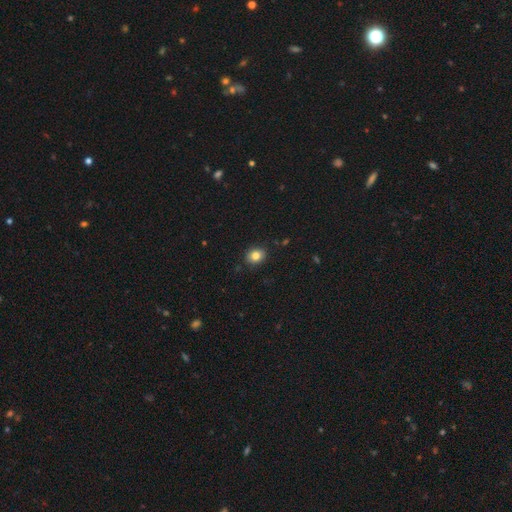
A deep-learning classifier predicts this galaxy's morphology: Smooth or featured?
  - smooth: 82% *
  - star or artifact: 10%
  - featured or disk: 8%
How rounded?
  - round: 54% *
  - in between: 45%
  - cigar-shaped: 1%
Merging?
  - none: 88% *
  - minor disturbance: 9%
  - major disturbance: 2%
  - merger: 1%